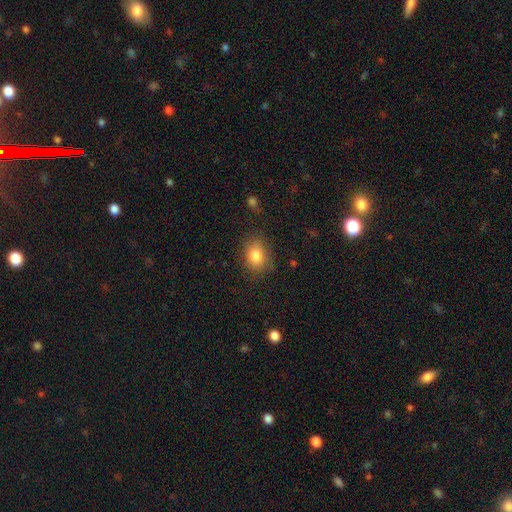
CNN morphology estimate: smooth_or_featured: smooth (p=0.83) [alt: star or artifact p=0.09]
how_rounded: in between (p=0.61) [alt: round p=0.37]
merging: none (p=0.77) [alt: minor disturbance p=0.17]